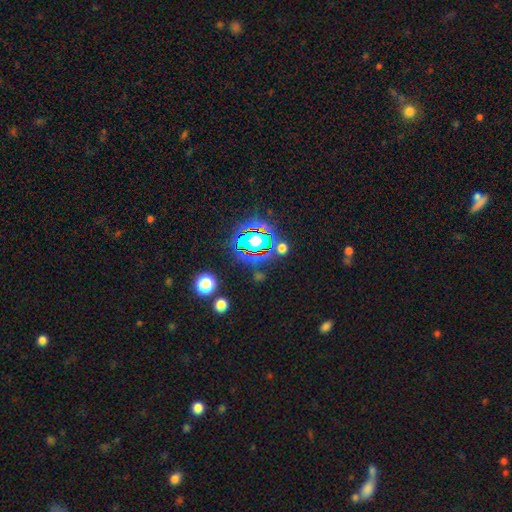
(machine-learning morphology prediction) This is likely a star or artifact rather than a galaxy (79%).